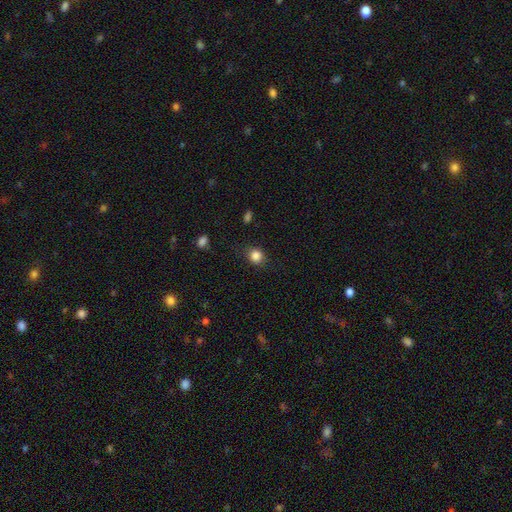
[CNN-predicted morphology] Smooth or featured?
  - smooth: 84% *
  - star or artifact: 11%
  - featured or disk: 5%
How rounded?
  - round: 75% *
  - in between: 24%
  - cigar-shaped: 1%
Merging?
  - none: 81% *
  - minor disturbance: 14%
  - major disturbance: 4%
  - merger: 1%